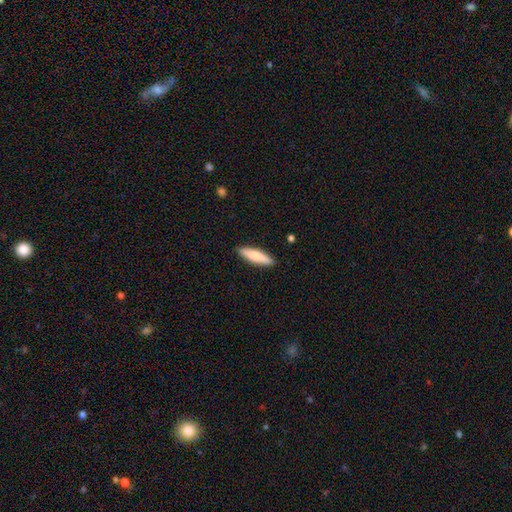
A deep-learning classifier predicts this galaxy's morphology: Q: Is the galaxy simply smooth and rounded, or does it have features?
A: smooth — 79%.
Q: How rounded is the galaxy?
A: cigar-shaped — 72%.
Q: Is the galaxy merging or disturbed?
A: none — 89%.